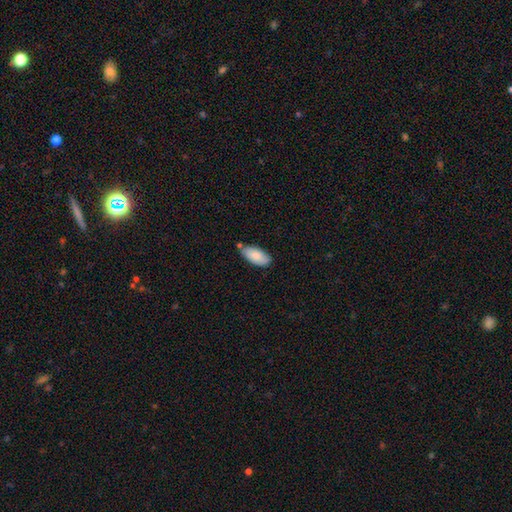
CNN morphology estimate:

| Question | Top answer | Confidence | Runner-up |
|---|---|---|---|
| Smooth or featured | smooth | 83% | featured or disk (10%) |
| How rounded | in between | 92% | cigar-shaped (6%) |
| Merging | none | 69% | minor disturbance (20%) |